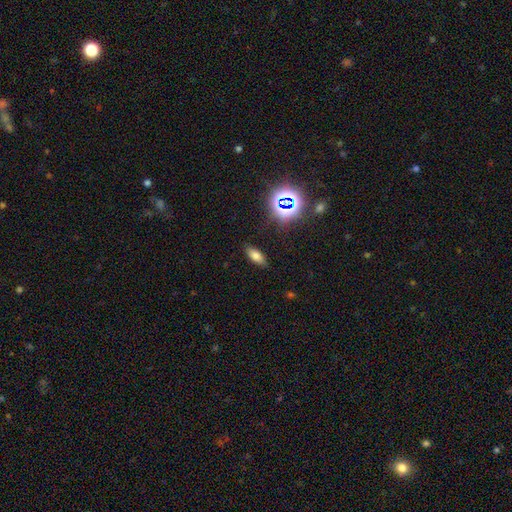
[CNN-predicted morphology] A smooth galaxy with no disk features (70%) that is in between round and cigar-shaped (77%). Merging: none (85%).